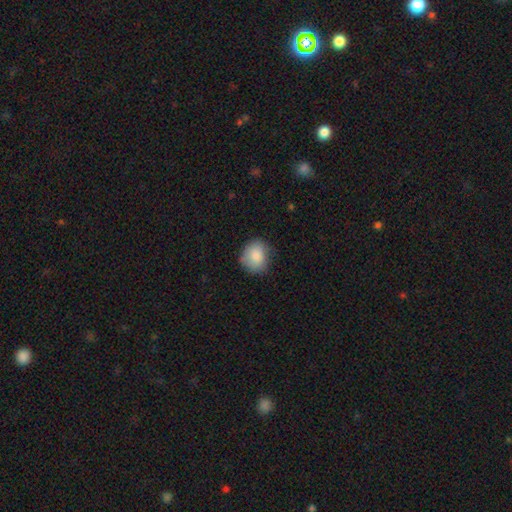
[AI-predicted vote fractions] Overall: smooth (84%). How rounded: round (71%). Merging: none (73%).